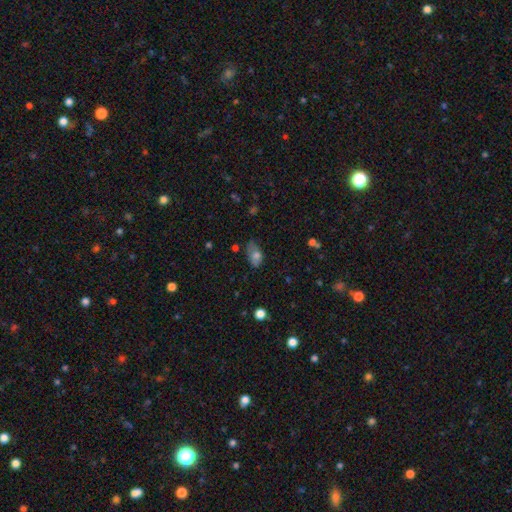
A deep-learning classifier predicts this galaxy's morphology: type=smooth (72%); roundness=in between (88%); merging=none (49%).